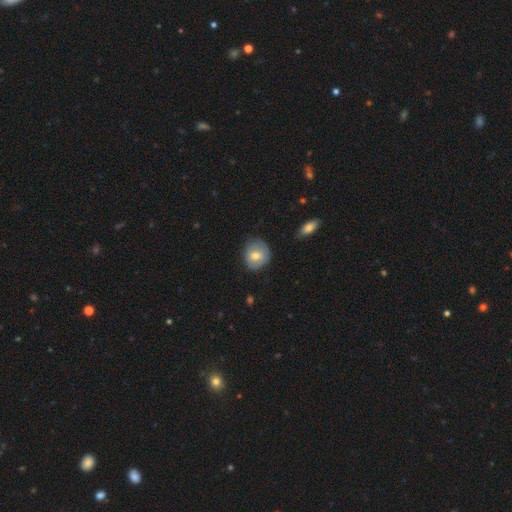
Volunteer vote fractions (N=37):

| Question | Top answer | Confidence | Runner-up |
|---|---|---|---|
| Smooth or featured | smooth | 54% | featured or disk (38%) |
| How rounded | round | 90% | in between (10%) |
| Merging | none | 71% | minor disturbance (21%) |